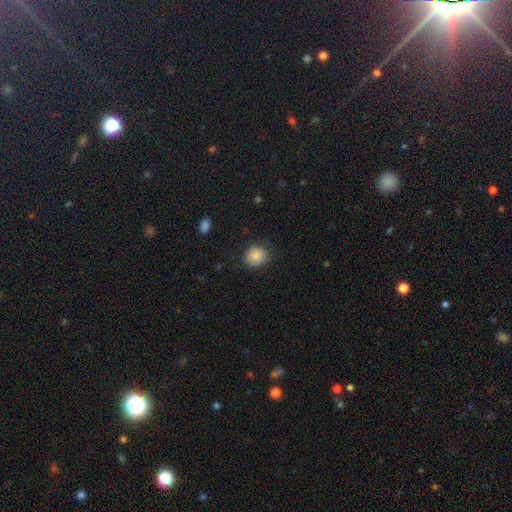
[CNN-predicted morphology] Q: Smooth or featured?
A: smooth (88%); runner-up: star or artifact (8%)
Q: How rounded?
A: round (79%); runner-up: in between (20%)
Q: Merging?
A: none (84%); runner-up: minor disturbance (12%)